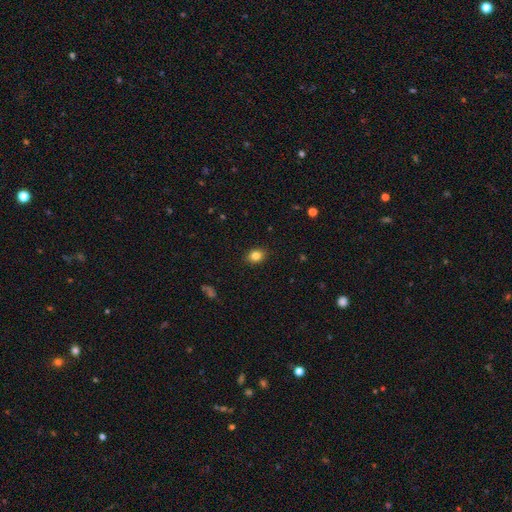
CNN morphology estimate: smooth-or-featured: smooth: 83% | star or artifact: 11% | featured or disk: 7%
  how-rounded: in between: 57% | round: 42% | cigar-shaped: 1%
  merging: none: 89% | minor disturbance: 8% | major disturbance: 2% | merger: 1%